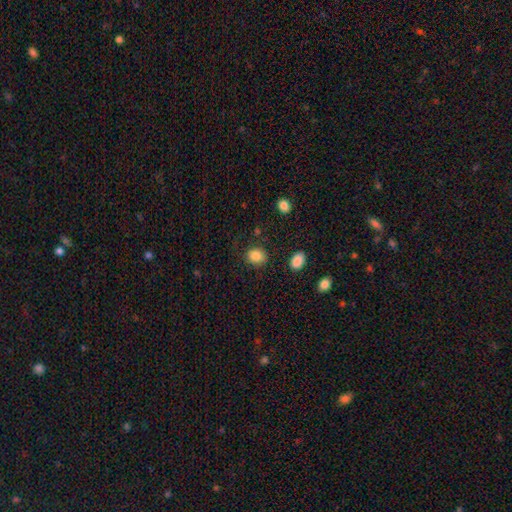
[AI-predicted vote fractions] Morphology: type=smooth (86%); roundness=round (53%); merging=none (81%).